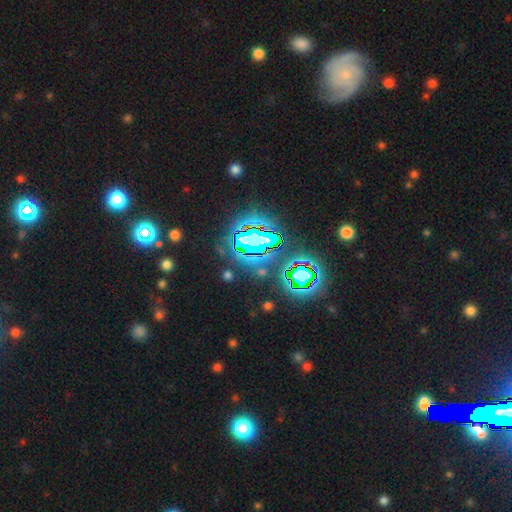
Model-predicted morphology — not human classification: Smooth or featured? star or artifact (80%)